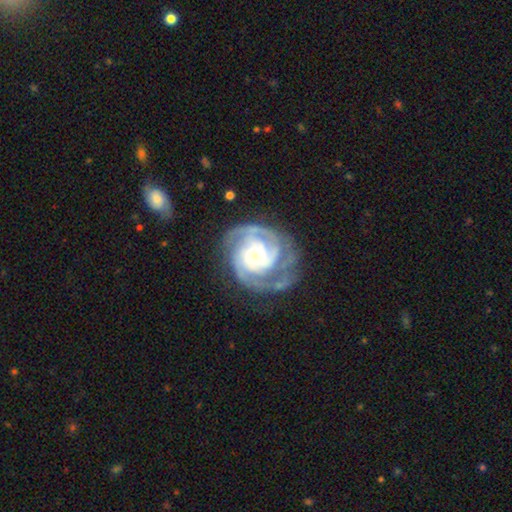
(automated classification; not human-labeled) The model was most divided on "spiral arm count": 2: 34%, 3: 32%, can't tell: 15%, 4: 8%, 1: 5%, more than 4: 5%. Remaining: edge-on disk — no (98%); spiral arms — yes (98%); smooth or featured — featured or disk (89%); merging — none (67%); spiral winding — tight (64%); bar — no (59%); bulge size — moderate (44%).